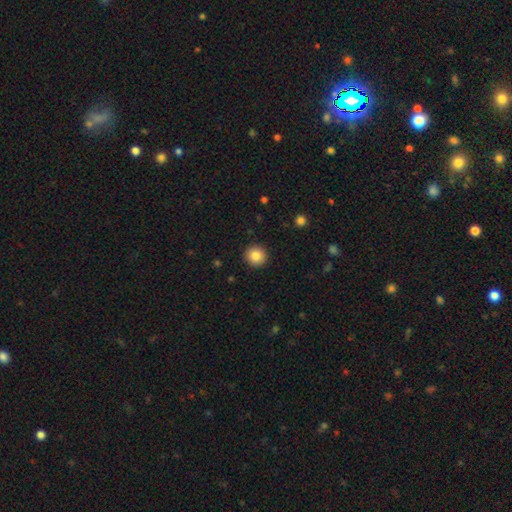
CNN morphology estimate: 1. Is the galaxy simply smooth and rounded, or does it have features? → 84% smooth, 9% star or artifact, 6% featured or disk.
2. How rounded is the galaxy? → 95% round, 4% in between, 1% cigar-shaped.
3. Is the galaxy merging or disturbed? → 93% none, 5% minor disturbance, 2% major disturbance, 1% merger.